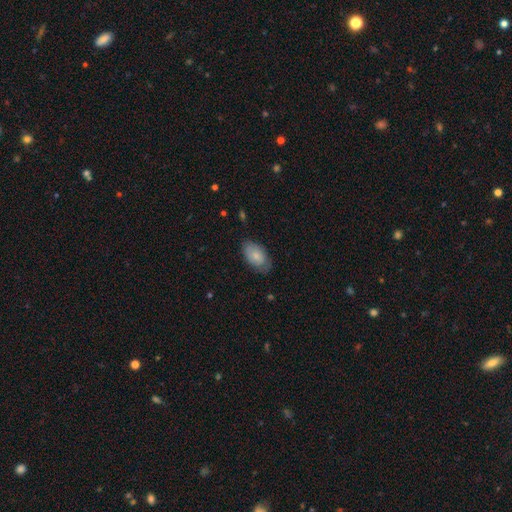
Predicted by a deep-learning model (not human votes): Smooth or featured? smooth (77%)
How rounded? in between (93%)
Merging? none (70%)